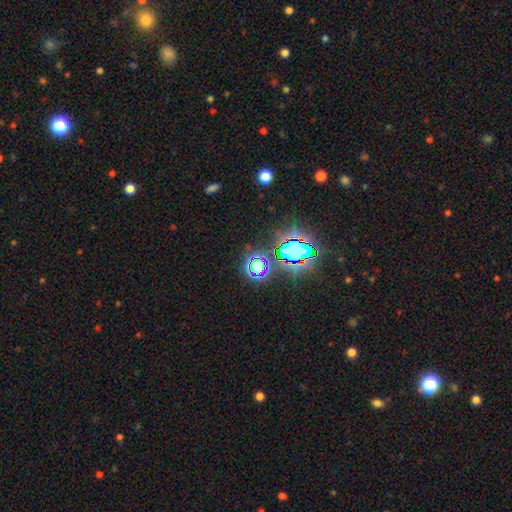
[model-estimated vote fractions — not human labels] This is likely a star or artifact rather than a galaxy (77%).